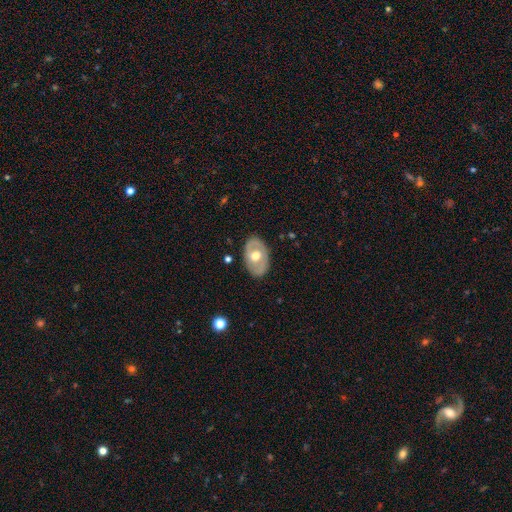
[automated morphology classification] The model was most divided on "smooth or featured": featured or disk: 58%, smooth: 37%, star or artifact: 5%. More confident: edge-on disk — no (91%); merging — none (83%); bulge size — moderate (75%); bar — no (72%); spiral arms — no (66%).